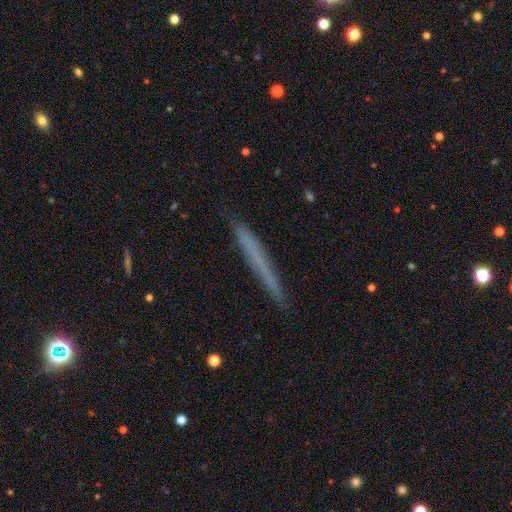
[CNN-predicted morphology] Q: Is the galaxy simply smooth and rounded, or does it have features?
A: smooth — 55%.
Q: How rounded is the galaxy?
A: cigar-shaped — 97%.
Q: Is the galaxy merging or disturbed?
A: none — 87%.